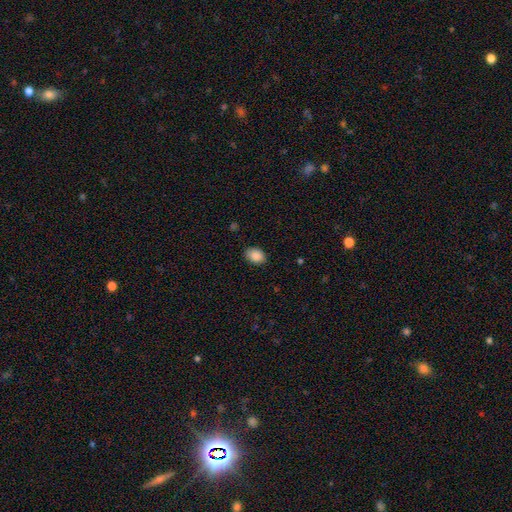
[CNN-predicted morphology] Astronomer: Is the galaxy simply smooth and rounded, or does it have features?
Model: smooth — 89%.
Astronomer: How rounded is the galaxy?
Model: in between — 75%.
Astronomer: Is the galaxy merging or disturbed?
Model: none — 85%.